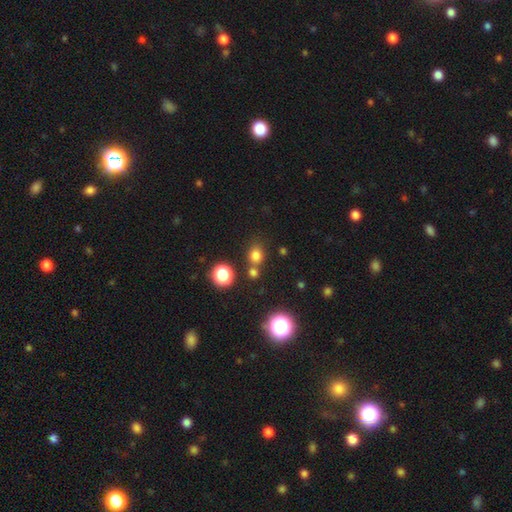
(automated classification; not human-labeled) A smooth galaxy with no disk features (74%) that is round (69%).

Vote fractions:
- Smooth or featured? smooth: 74% / star or artifact: 20% / featured or disk: 6%
- How rounded? round: 69% / in between: 30% / cigar-shaped: 1%
- Merging? none: 68% / merger: 18% / minor disturbance: 10% / major disturbance: 4%